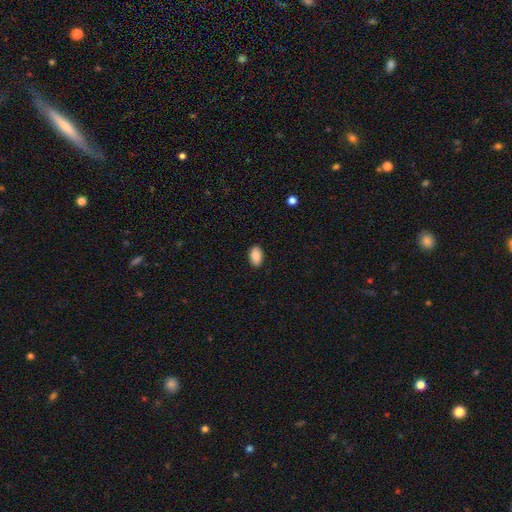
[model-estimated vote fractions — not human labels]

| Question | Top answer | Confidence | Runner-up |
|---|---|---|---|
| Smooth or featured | smooth | 90% | star or artifact (7%) |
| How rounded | in between | 93% | round (6%) |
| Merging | none | 89% | minor disturbance (8%) |